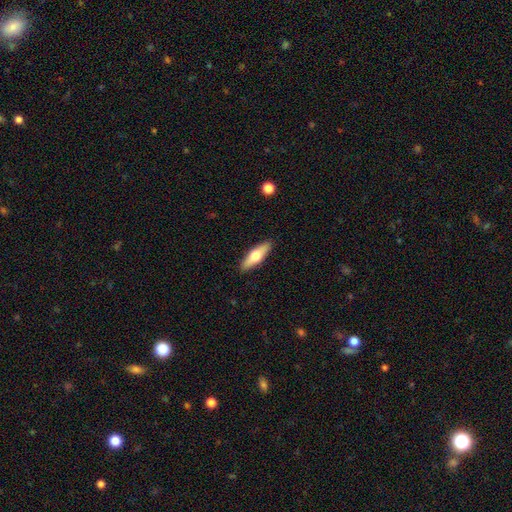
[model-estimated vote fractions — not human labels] smooth 57%, featured or disk 37%, star or artifact 6%. Down the decision tree: how rounded — in between (50%); merging — none (90%).